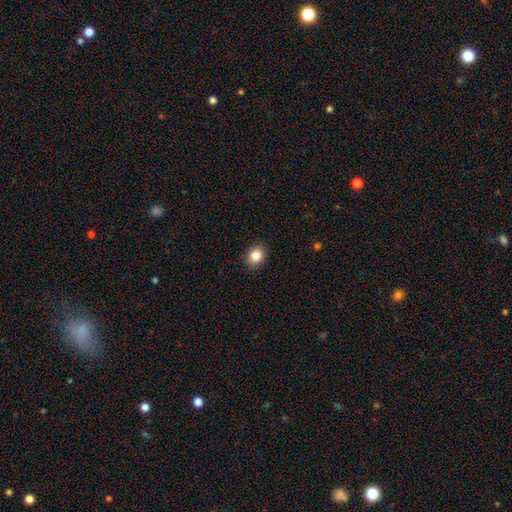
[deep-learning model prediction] smooth_or_featured: smooth (p=0.84) [alt: star or artifact p=0.10]
how_rounded: round (p=0.56) [alt: in between p=0.43]
merging: none (p=0.90) [alt: minor disturbance p=0.07]